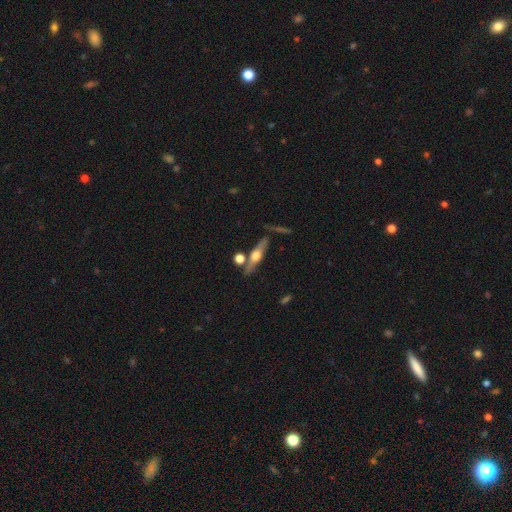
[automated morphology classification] The model was most divided on "smooth or featured": featured or disk: 68%, smooth: 25%, star or artifact: 7%. More confident: edge-on bulge — rounded (94%); edge-on disk — yes (94%); merging — none (77%).